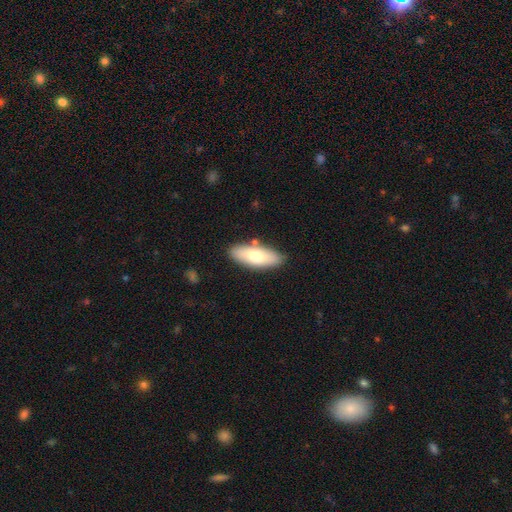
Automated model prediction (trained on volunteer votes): Smooth or featured? smooth (70%)
How rounded? in between (75%)
Merging? none (82%)